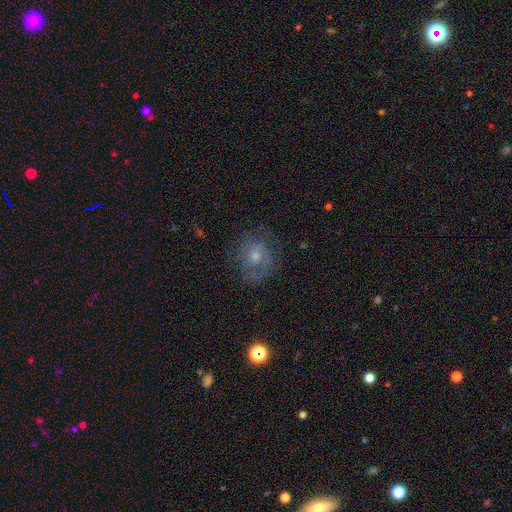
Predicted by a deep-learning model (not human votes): Smooth or featured: featured or disk — 66% (smooth — 24%)
Edge-on disk: no — 97% (yes — 3%)
Bar: no — 64% (weak — 31%)
Spiral arms: yes — 83% (no — 17%)
Spiral winding: medium — 43% (tight — 39%)
Spiral arm count: 2 — 44% (can't tell — 24%)
Bulge size: moderate — 47% (small — 46%)
Merging: none — 64% (minor disturbance — 20%)